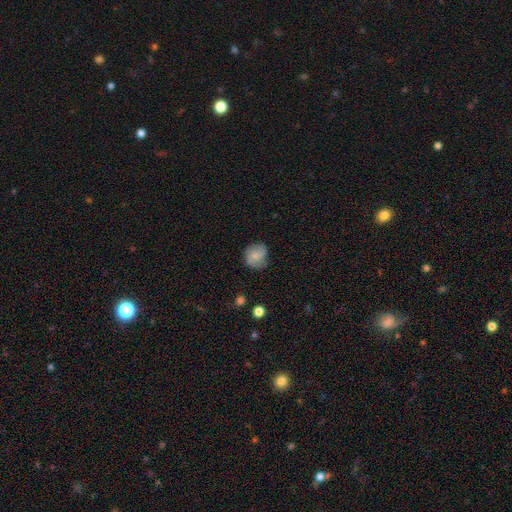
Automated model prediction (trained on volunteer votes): Overall: smooth (61%; featured or disk 31%). How rounded: round (80%). Merging: none (68%).